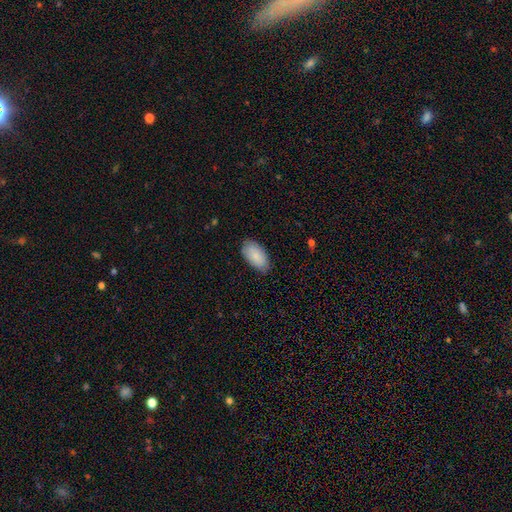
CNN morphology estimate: Overall: smooth (86%). How rounded: in between (95%). Merging: none (81%).